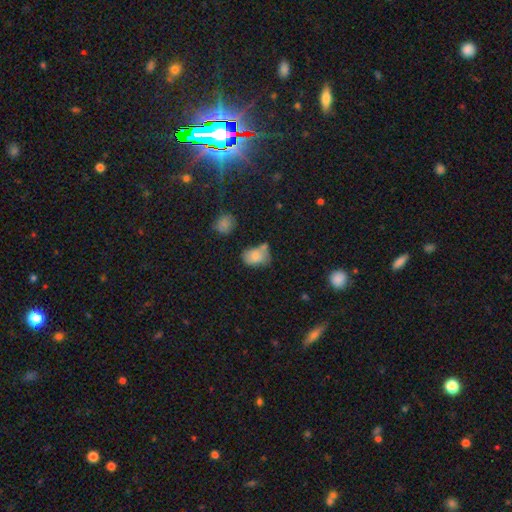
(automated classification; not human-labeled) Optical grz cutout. It shows a smooth galaxy with no disk features (74%) that is in between round and cigar-shaped (75%). Merging: none (41%).